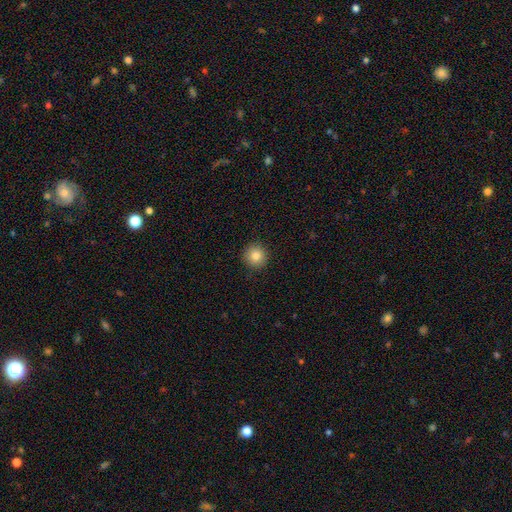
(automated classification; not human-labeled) Smooth or featured? smooth (84%)
How rounded? round (94%)
Merging? none (92%)